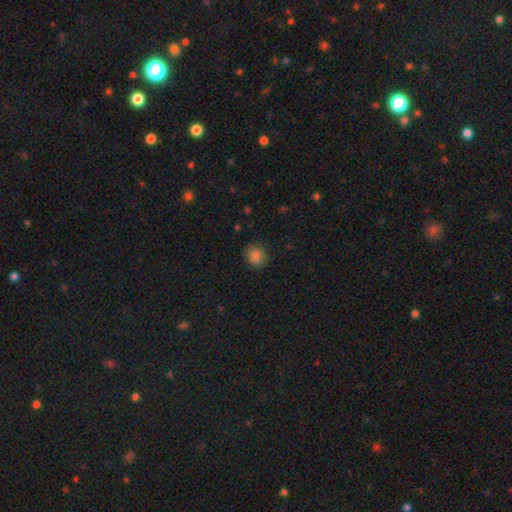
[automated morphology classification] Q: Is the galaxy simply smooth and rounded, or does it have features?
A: smooth — 84%.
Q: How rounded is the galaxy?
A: round — 78%.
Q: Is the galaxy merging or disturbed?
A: none — 86%.